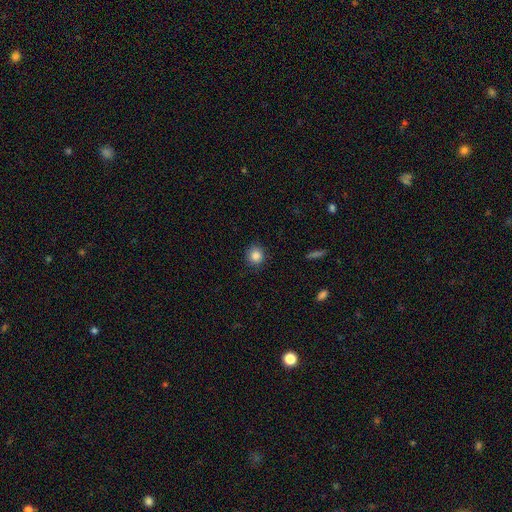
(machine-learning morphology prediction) This is clearly a smooth galaxy (86%). How rounded: clearly round (89%). Merging: clearly none (88%).